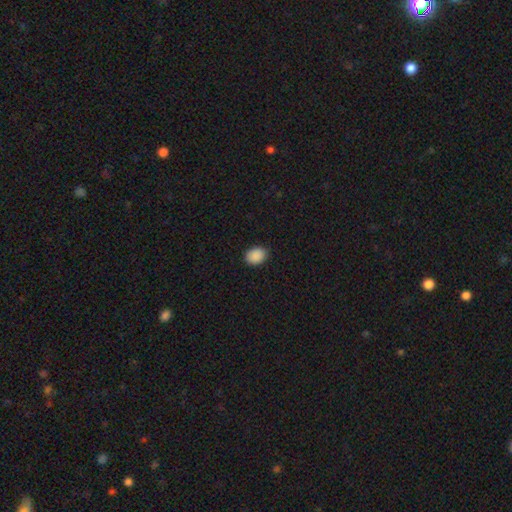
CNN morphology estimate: Smooth or featured? smooth (90%)
How rounded? in between (71%)
Merging? none (89%)